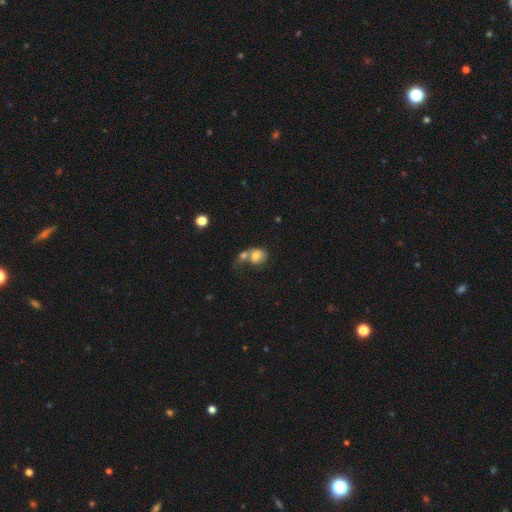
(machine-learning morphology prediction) This is likely a smooth galaxy (66%). How rounded: likely round (64%). Merging: likely merger (61%).